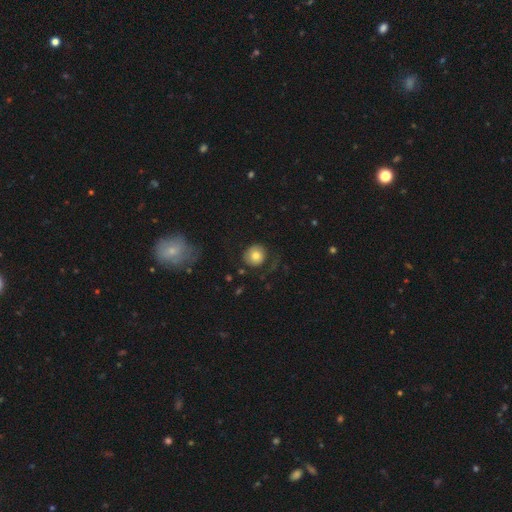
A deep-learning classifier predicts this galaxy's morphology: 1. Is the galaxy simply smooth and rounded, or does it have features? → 75% smooth, 16% featured or disk, 9% star or artifact.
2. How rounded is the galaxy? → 89% round, 10% in between, 1% cigar-shaped.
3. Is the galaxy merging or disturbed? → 70% none, 15% minor disturbance, 13% major disturbance, 2% merger.